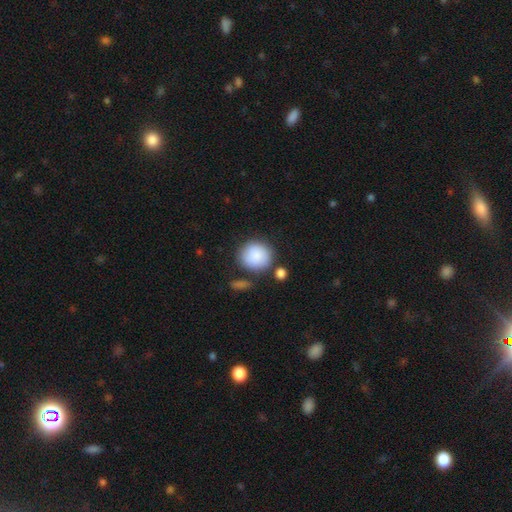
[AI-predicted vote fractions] smooth 87%, featured or disk 7%, star or artifact 7%. Down the decision tree: how rounded — round (87%); merging — none (70%).